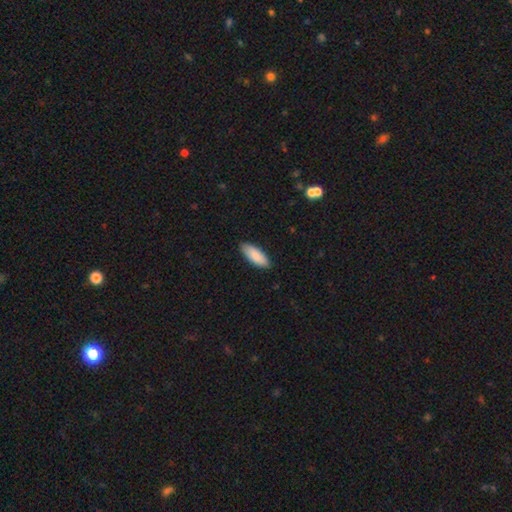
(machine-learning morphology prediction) Q: Smooth or featured?
A: smooth (89%); runner-up: featured or disk (6%)
Q: How rounded?
A: in between (75%); runner-up: cigar-shaped (23%)
Q: Merging?
A: none (88%); runner-up: minor disturbance (10%)